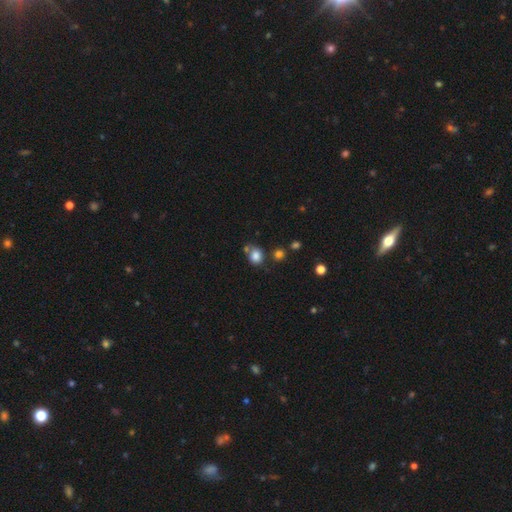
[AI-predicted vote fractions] The model was most divided on "how rounded": round: 73%, in between: 26%, cigar-shaped: 1%. More confident: smooth or featured — smooth (83%); merging — none (64%).